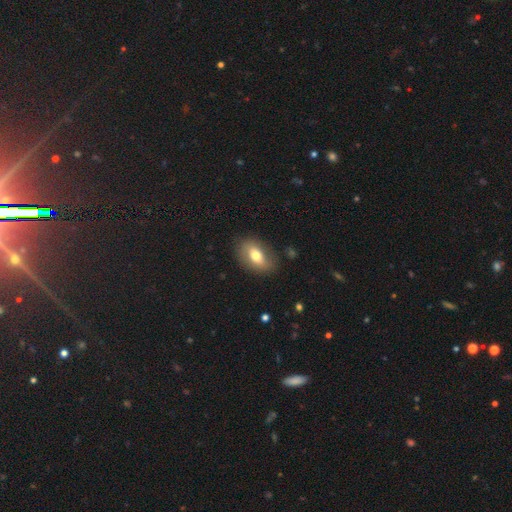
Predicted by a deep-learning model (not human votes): Smooth or featured: smooth — 69% (featured or disk — 24%)
How rounded: in between — 86% (round — 11%)
Merging: none — 79% (minor disturbance — 15%)